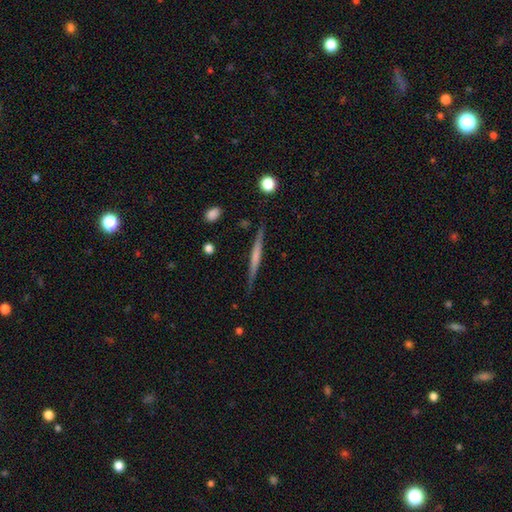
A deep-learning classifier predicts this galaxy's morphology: Q: Smooth or featured?
A: featured or disk (57%); runner-up: smooth (37%)
Q: Edge-on disk?
A: yes (97%); runner-up: no (3%)
Q: Edge-on bulge?
A: none (63%); runner-up: rounded (22%)
Q: Merging?
A: none (86%); runner-up: minor disturbance (10%)